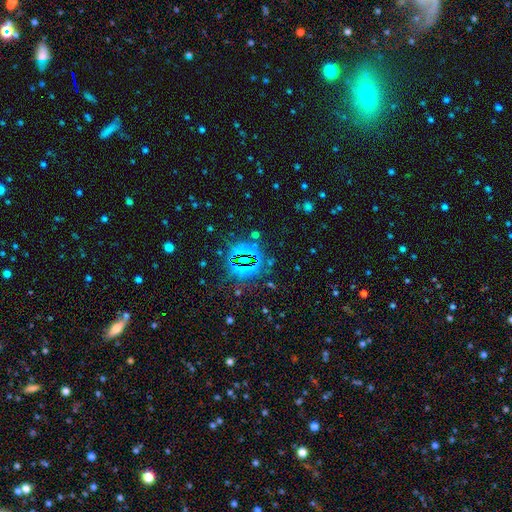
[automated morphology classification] This appears to be a star or artifact, not a galaxy (77%).